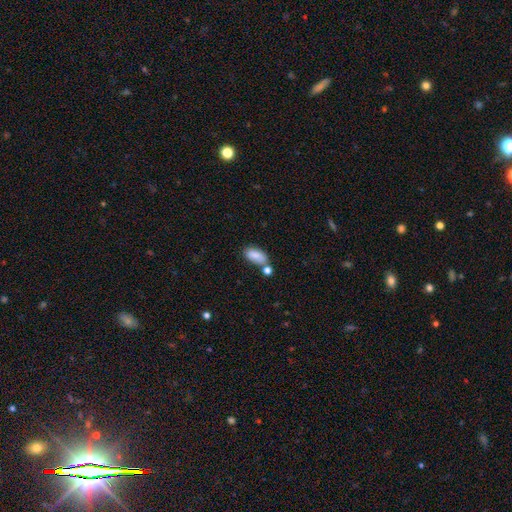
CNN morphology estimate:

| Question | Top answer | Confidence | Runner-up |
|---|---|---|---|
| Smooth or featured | smooth | 85% | featured or disk (8%) |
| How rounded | in between | 91% | cigar-shaped (6%) |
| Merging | none | 56% | merger (22%) |